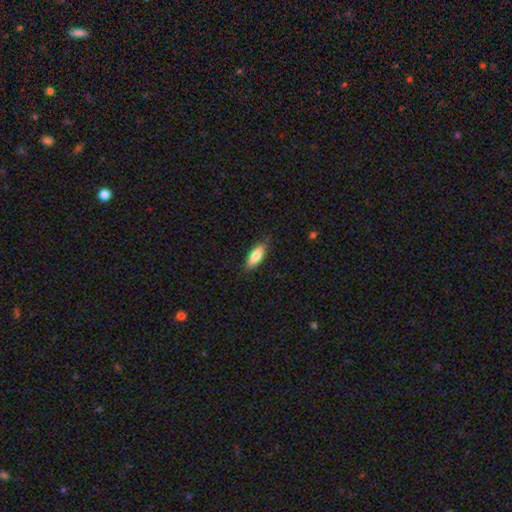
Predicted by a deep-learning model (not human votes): A smooth galaxy with no disk features (81%) that is in between round and cigar-shaped (73%).

Vote fractions:
- Smooth or featured? smooth: 81% / featured or disk: 13% / star or artifact: 6%
- How rounded? in between: 73% / cigar-shaped: 25% / round: 2%
- Merging? none: 84% / minor disturbance: 13% / major disturbance: 2% / merger: 1%